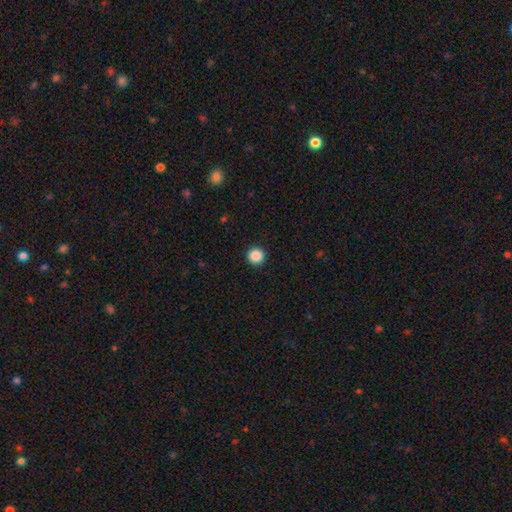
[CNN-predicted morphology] The model was most divided on "smooth or featured": smooth: 88%, star or artifact: 10%, featured or disk: 2%. More confident: how rounded — round (95%); merging — none (93%).